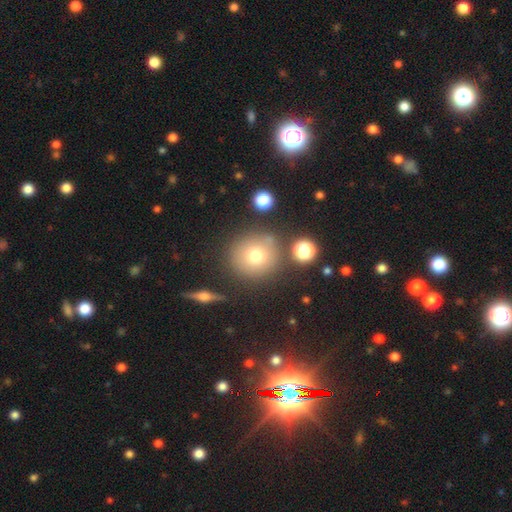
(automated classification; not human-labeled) Overall: smooth (71%). How rounded: round (92%). Merging: none (78%).